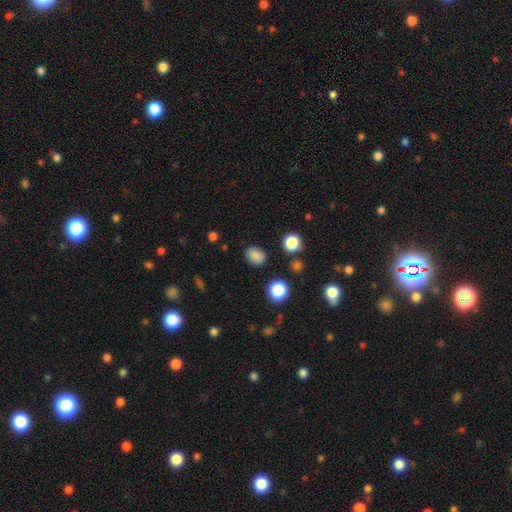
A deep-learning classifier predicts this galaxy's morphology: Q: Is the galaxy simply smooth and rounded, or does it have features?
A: smooth — 84%.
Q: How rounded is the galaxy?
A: in between — 57%.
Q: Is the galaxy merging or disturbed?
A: none — 84%.